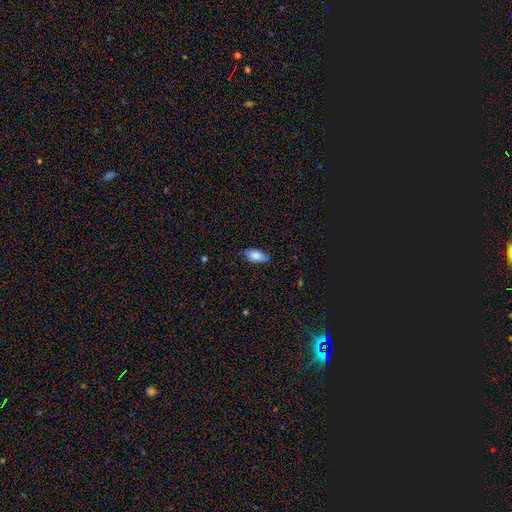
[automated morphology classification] Q: Smooth or featured?
A: smooth (81%); runner-up: featured or disk (12%)
Q: How rounded?
A: in between (92%); runner-up: cigar-shaped (5%)
Q: Merging?
A: none (80%); runner-up: minor disturbance (17%)